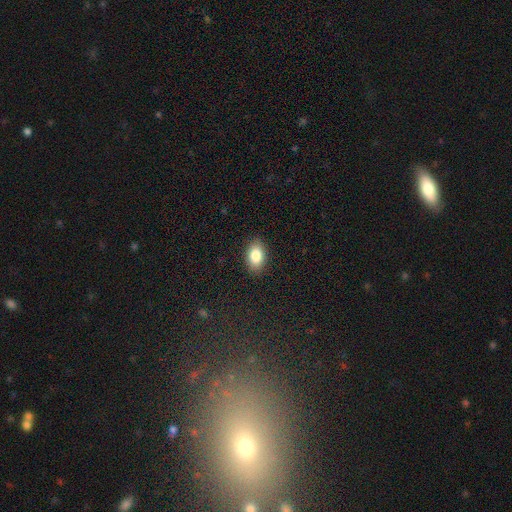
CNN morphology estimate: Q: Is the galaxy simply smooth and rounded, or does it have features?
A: smooth — 84%.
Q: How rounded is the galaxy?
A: in between — 90%.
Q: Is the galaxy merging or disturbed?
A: none — 88%.